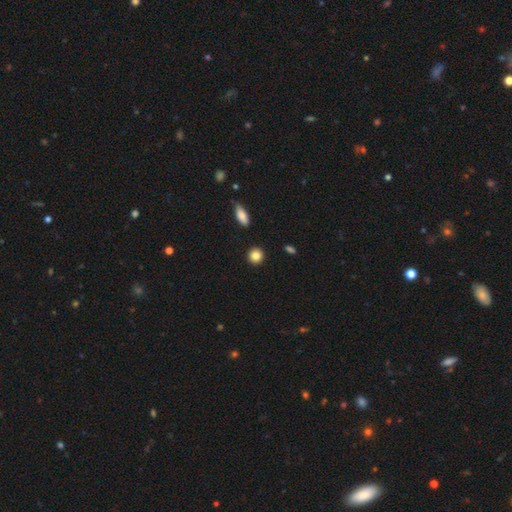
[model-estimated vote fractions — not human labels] A smooth galaxy with no disk features (85%) that is round (88%).

Vote fractions:
- Smooth or featured? smooth: 85% / star or artifact: 9% / featured or disk: 5%
- How rounded? round: 88% / in between: 10% / cigar-shaped: 1%
- Merging? none: 91% / minor disturbance: 6% / merger: 2% / major disturbance: 2%